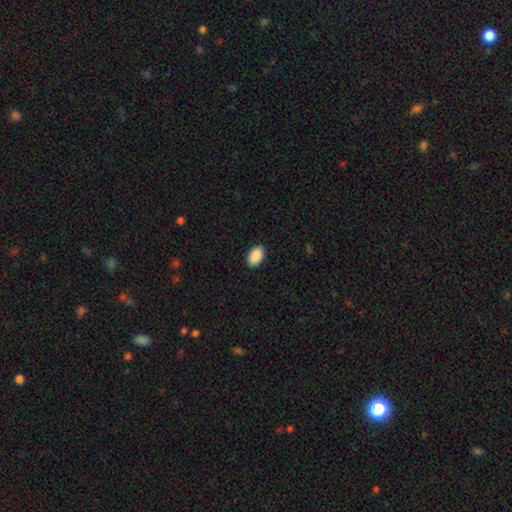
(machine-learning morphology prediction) Smooth or featured: smooth — 91% (star or artifact — 7%)
How rounded: in between — 93% (round — 6%)
Merging: none — 89% (minor disturbance — 8%)